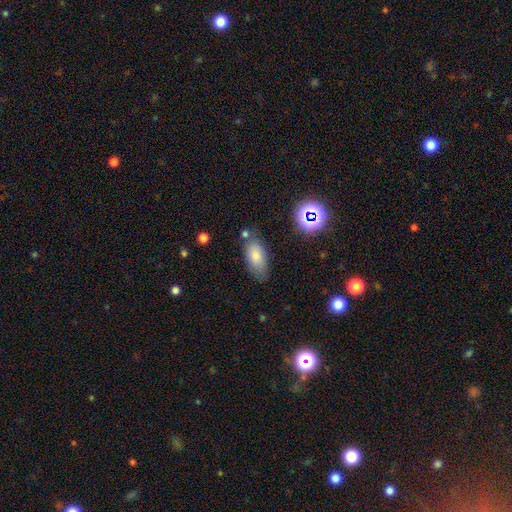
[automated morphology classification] A smooth galaxy with no disk features (79%) that is in between round and cigar-shaped (88%).

Vote fractions:
- Smooth or featured? smooth: 79% / featured or disk: 11% / star or artifact: 10%
- How rounded? in between: 88% / cigar-shaped: 8% / round: 4%
- Merging? none: 70% / minor disturbance: 18% / merger: 7% / major disturbance: 5%